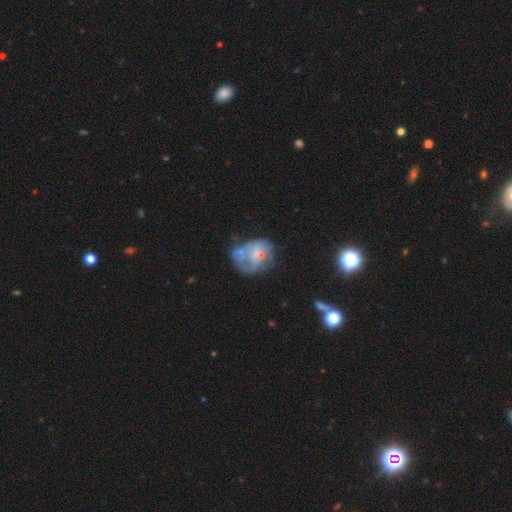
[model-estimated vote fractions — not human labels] Q: Smooth or featured?
A: featured or disk (53%); runner-up: smooth (34%)
Q: Edge-on disk?
A: no (98%); runner-up: yes (2%)
Q: Bar?
A: no (80%); runner-up: weak (17%)
Q: Spiral arms?
A: no (70%); runner-up: yes (30%)
Q: Bulge size?
A: small (48%); runner-up: none (29%)
Q: Merging?
A: none (32%); runner-up: major disturbance (26%)